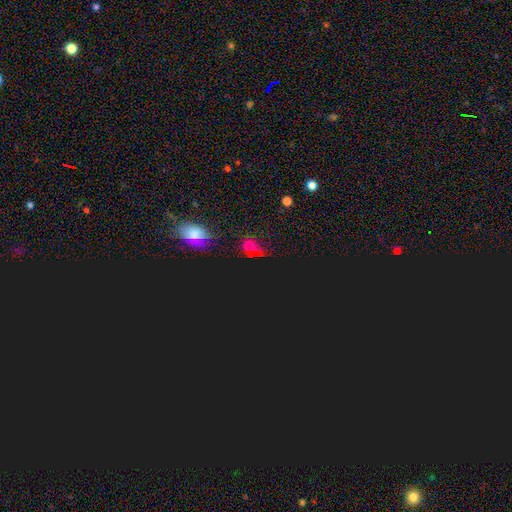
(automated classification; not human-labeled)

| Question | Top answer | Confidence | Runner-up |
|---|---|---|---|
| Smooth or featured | star or artifact | 65% | smooth (28%) |